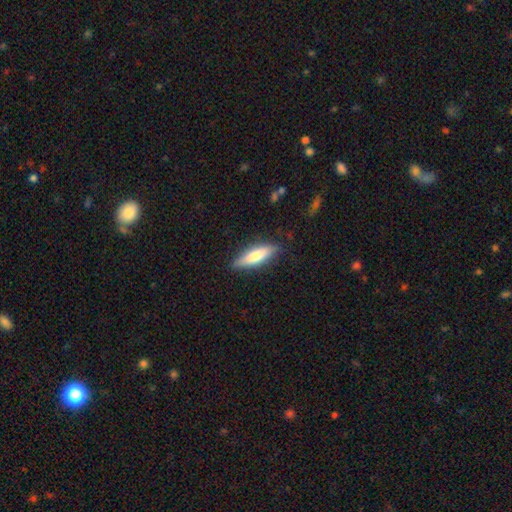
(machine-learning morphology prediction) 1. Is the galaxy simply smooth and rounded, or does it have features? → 65% smooth, 29% featured or disk, 6% star or artifact.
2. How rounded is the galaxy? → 64% cigar-shaped, 34% in between, 2% round.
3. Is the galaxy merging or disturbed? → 84% none, 12% minor disturbance, 3% major disturbance, 1% merger.